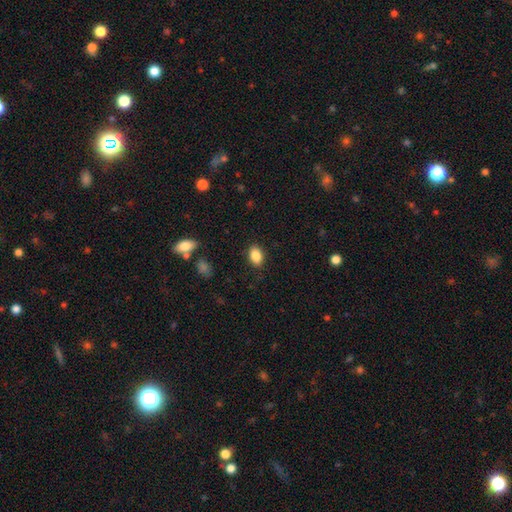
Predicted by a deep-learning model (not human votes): smooth_or_featured: smooth (p=0.87) [alt: star or artifact p=0.08]
how_rounded: in between (p=0.87) [alt: round p=0.12]
merging: none (p=0.87) [alt: minor disturbance p=0.10]